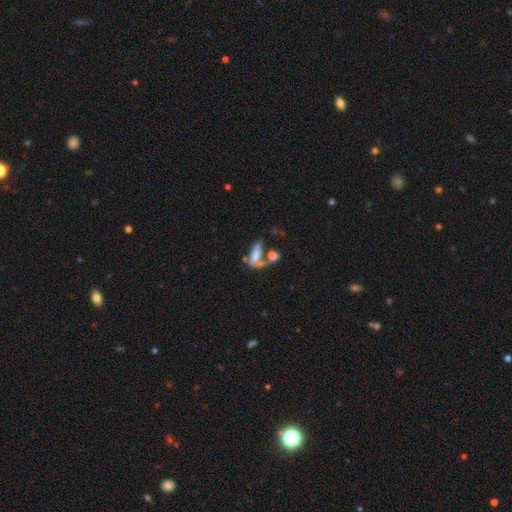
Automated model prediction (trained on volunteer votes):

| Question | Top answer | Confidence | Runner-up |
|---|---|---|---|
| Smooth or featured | smooth | 61% | featured or disk (28%) |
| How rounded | in between | 75% | cigar-shaped (20%) |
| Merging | merger | 49% | none (23%) |